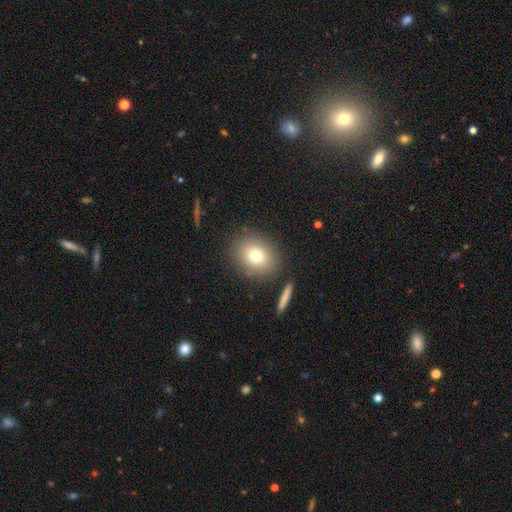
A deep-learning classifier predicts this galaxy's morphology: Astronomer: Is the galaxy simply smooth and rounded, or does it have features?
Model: smooth — 76%.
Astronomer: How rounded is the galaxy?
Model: round — 60% (runner-up: in between, 38%).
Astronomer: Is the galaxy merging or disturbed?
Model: none — 84%.